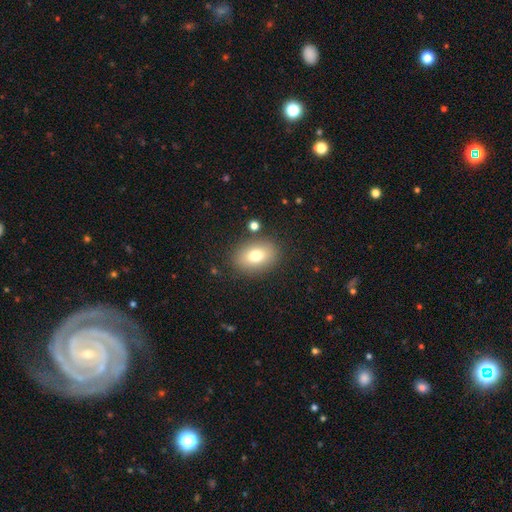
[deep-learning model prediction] Smooth or featured: smooth — 77% (featured or disk — 14%)
How rounded: in between — 79% (round — 19%)
Merging: none — 83% (minor disturbance — 10%)